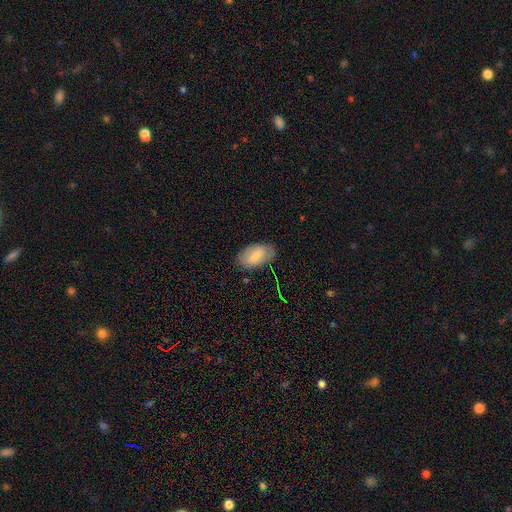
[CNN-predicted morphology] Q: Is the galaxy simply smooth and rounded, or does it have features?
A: smooth — 61%.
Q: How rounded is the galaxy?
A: in between — 93%.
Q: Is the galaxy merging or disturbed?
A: none — 79%.